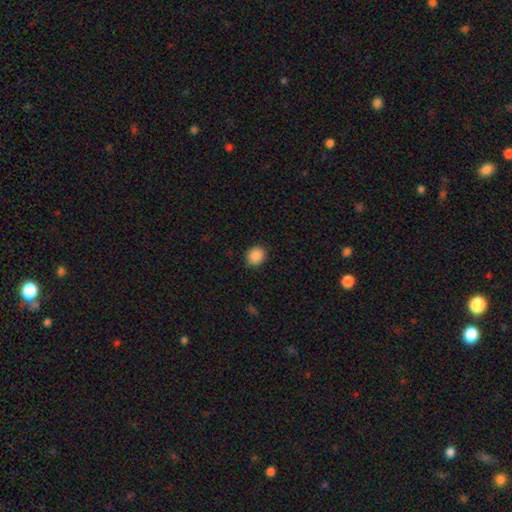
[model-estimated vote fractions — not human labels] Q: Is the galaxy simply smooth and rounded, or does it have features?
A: smooth — 89%.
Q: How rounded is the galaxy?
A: round — 76%.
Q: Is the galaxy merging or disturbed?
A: none — 89%.